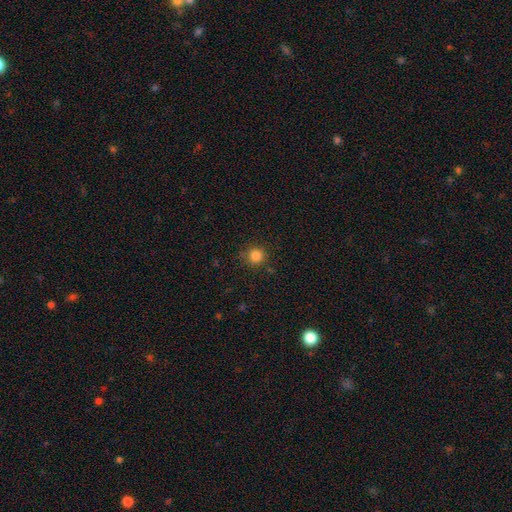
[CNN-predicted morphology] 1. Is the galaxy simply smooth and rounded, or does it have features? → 83% smooth, 13% star or artifact, 4% featured or disk.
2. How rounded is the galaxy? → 93% round, 6% in between, 1% cigar-shaped.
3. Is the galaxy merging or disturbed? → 86% none, 10% minor disturbance, 3% major disturbance, 2% merger.